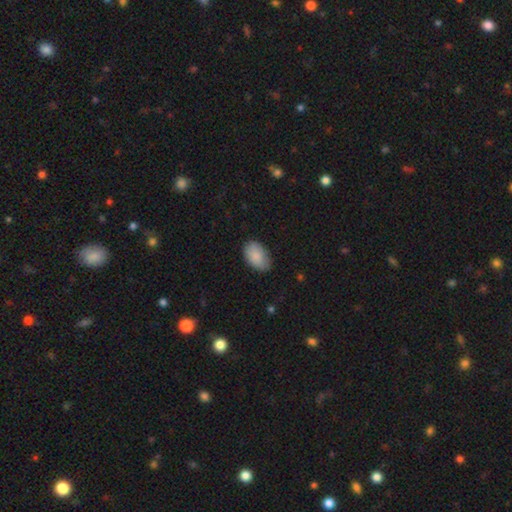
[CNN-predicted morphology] Smooth or featured? smooth (88%)
How rounded? in between (93%)
Merging? none (79%)